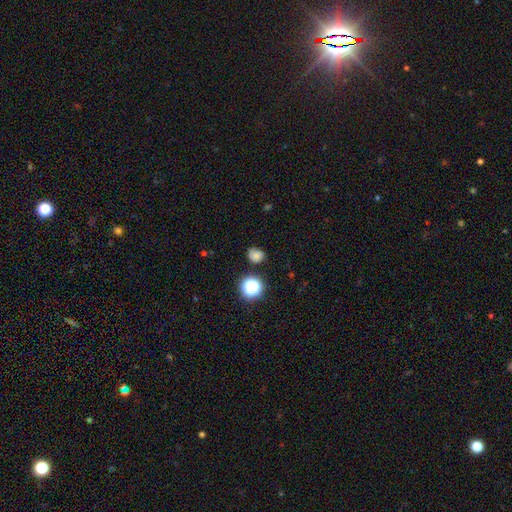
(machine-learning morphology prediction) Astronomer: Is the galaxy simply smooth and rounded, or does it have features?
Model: smooth — 73%.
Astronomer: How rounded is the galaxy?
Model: round — 67%.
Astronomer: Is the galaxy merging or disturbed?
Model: none — 69%.